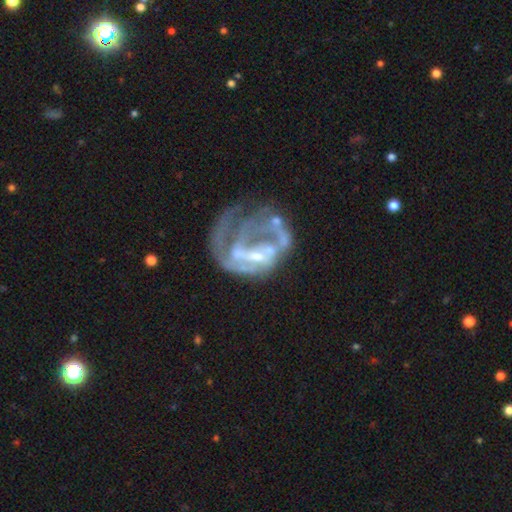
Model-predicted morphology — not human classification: Smooth or featured: featured or disk — 81% (smooth — 10%)
Edge-on disk: no — 98% (yes — 2%)
Bar: no — 42% (weak — 38%)
Spiral arms: yes — 65% (no — 35%)
Spiral winding: medium — 39% (loose — 32%)
Spiral arm count: can't tell — 29% (tied with 2 — 29%)
Bulge size: small — 52% (moderate — 23%)
Merging: major disturbance — 46% (none — 26%)